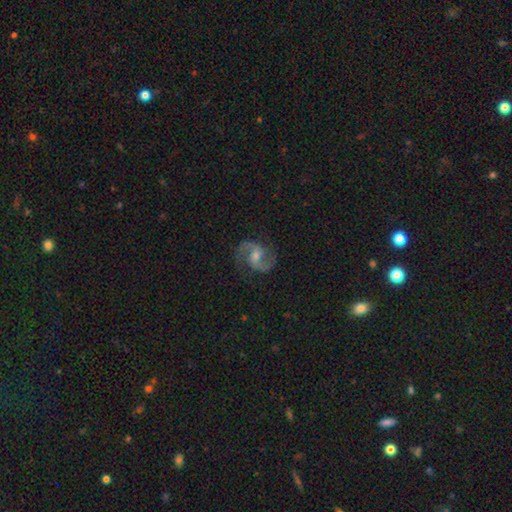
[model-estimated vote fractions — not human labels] smooth-or-featured: featured or disk: 89% | smooth: 6% | star or artifact: 5%
  disk-edge-on: no: 98% | yes: 2%
    bar: weak: 45% | no: 42% | strong: 14%
    has-spiral-arms: yes: 97% | no: 3%
      spiral-winding: medium: 57% | loose: 32% | tight: 11%
      spiral-arm-count: 2: 94% | can't tell: 2% | 3: 1% | 1: 1% | 4: 1% | more than 4: 1%
    bulge-size: moderate: 49% | small: 44% | none: 3% | large: 2% | dominant: 1%
  merging: none: 82% | minor disturbance: 13% | major disturbance: 5% | merger: 1%